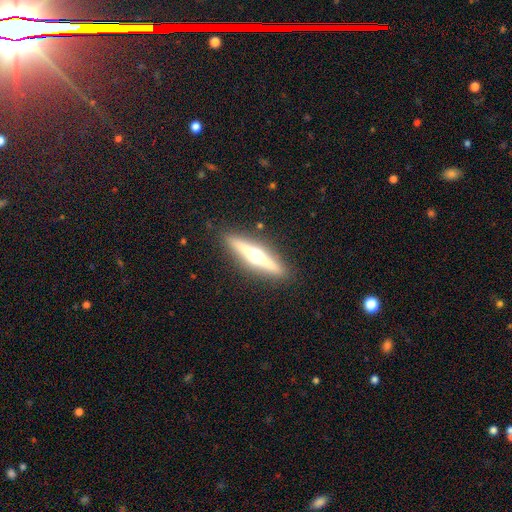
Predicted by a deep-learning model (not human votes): Morphology: type=featured or disk (74%); edge-on=yes (97%); edge-on bulge=rounded (96%); merging=none (91%).